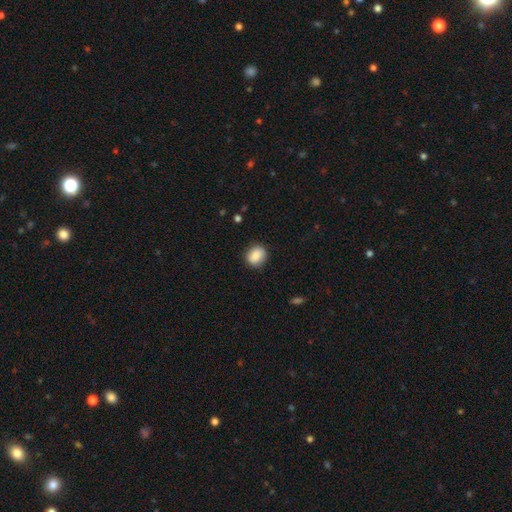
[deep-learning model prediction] The model was most divided on "how rounded": round: 61%, in between: 38%, cigar-shaped: 1%. More confident: smooth or featured — smooth (88%); merging — none (85%).